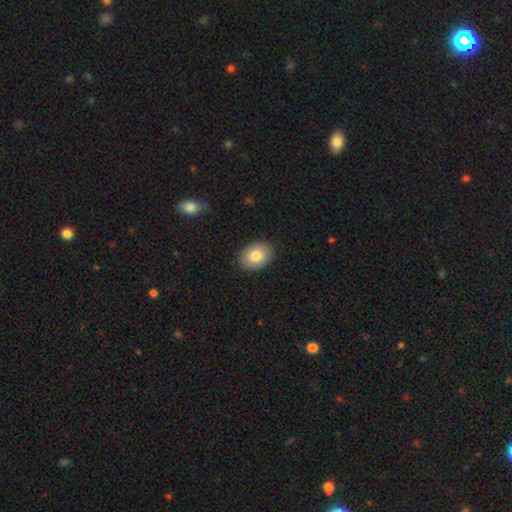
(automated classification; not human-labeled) Smooth or featured: smooth — 82% (featured or disk — 11%)
How rounded: in between — 76% (round — 23%)
Merging: none — 89% (minor disturbance — 8%)